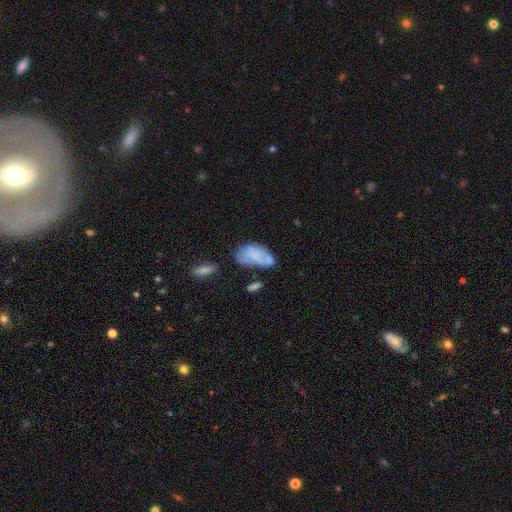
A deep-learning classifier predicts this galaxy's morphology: smooth 61%, featured or disk 30%, star or artifact 9%. Down the decision tree: how rounded — in between (93%); merging — none (34%).